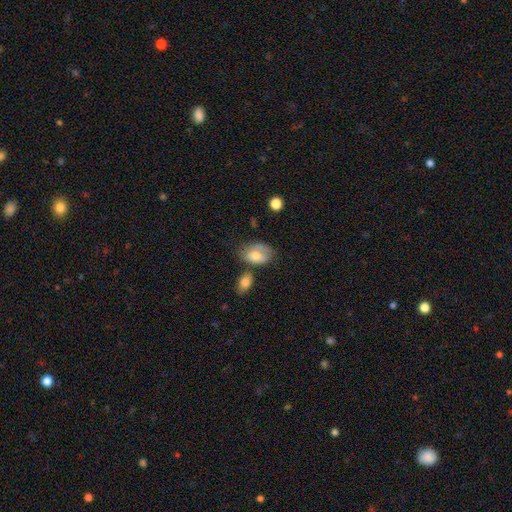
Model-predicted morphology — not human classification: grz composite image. It shows a smooth galaxy with no disk features (63%) that is in between round and cigar-shaped (82%). Merging: none (40%).